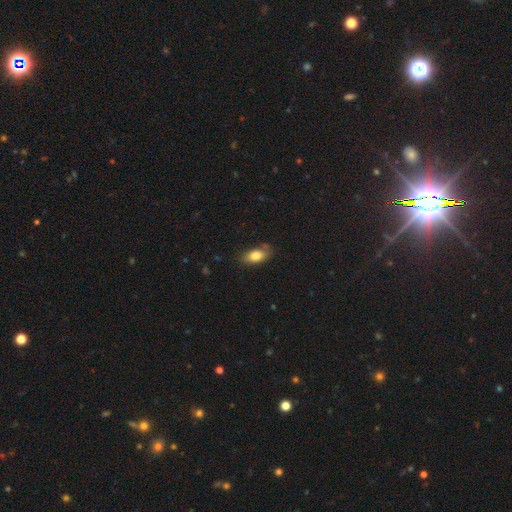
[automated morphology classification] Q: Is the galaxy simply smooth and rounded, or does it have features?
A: smooth — 81%.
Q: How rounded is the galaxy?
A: in between — 88%.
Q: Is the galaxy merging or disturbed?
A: none — 74%.